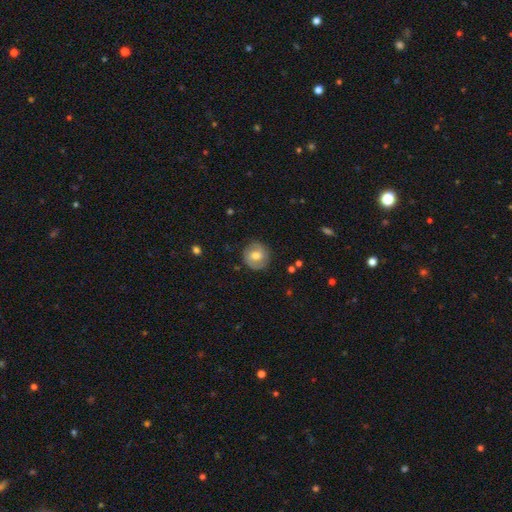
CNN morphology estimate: The model was most divided on "smooth or featured": smooth: 48%, featured or disk: 44%, star or artifact: 7%. More confident: merging — none (84%).